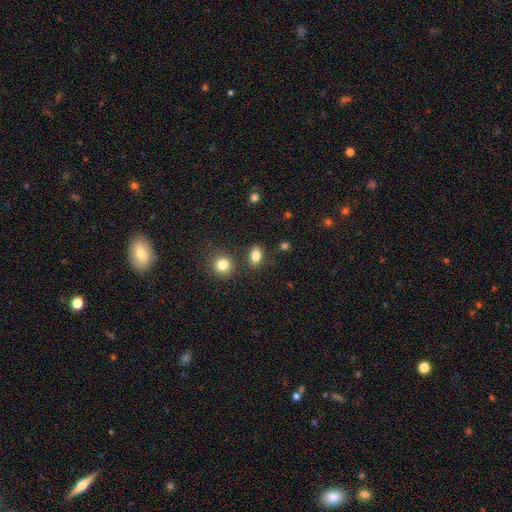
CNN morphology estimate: This is clearly a smooth galaxy (83%). How rounded: likely in between (79%). Merging: clearly none (81%).